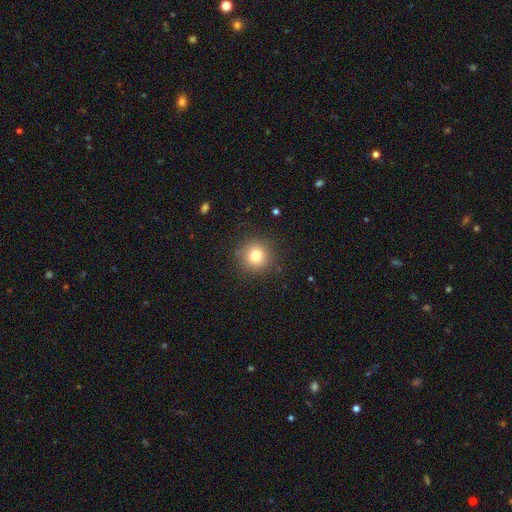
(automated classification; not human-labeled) Smooth or featured: smooth — 79% (star or artifact — 13%)
How rounded: round — 94% (in between — 5%)
Merging: none — 89% (minor disturbance — 7%)